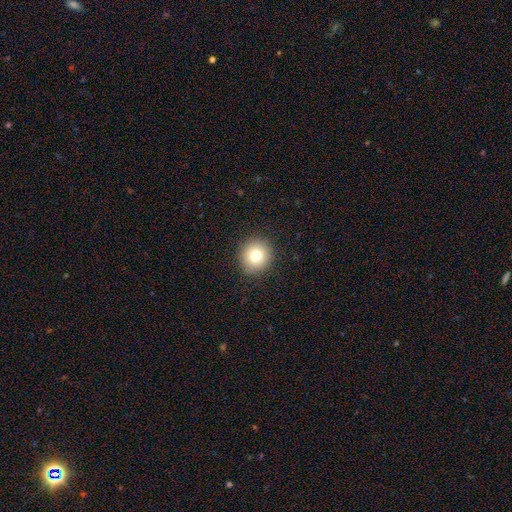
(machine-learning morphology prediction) Q: Smooth or featured?
A: smooth (77%); runner-up: star or artifact (12%)
Q: How rounded?
A: round (90%); runner-up: in between (9%)
Q: Merging?
A: none (90%); runner-up: minor disturbance (7%)